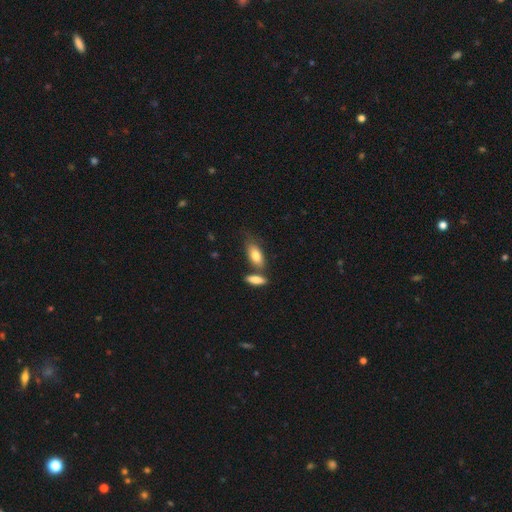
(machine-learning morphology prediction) A smooth galaxy with no disk features (80%) that is in between round and cigar-shaped (83%). Merging: none (52%).